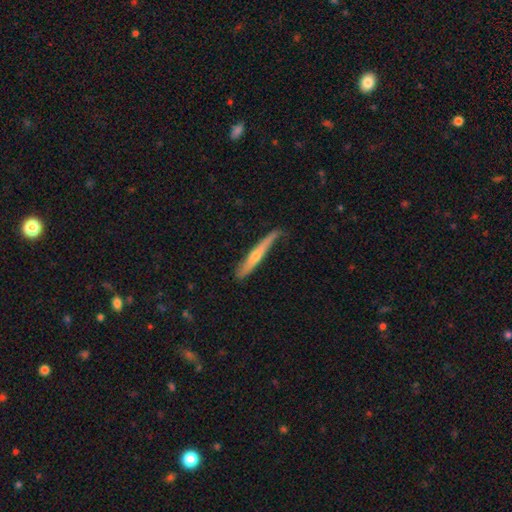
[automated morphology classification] The model was most divided on "smooth or featured": featured or disk: 51%, smooth: 44%, star or artifact: 5%. More confident: edge-on disk — yes (90%); merging — none (65%).